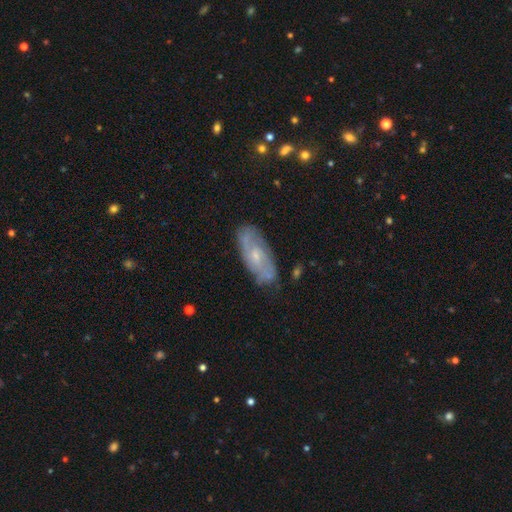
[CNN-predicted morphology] This is likely a featured or disk galaxy (67%). It is clearly not viewed edge-on (89%). Bar: possibly no (60%). Spiral arm pattern: clearly yes (82%). Central bulge: likely small (66%). Merging: likely none (74%).